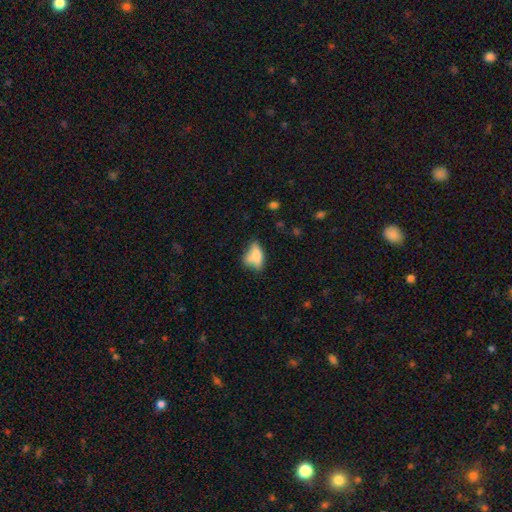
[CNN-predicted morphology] Smooth or featured? Predicted: smooth (p=0.65). How rounded? Predicted: in between (p=0.78). Merging? Predicted: none (p=0.41).